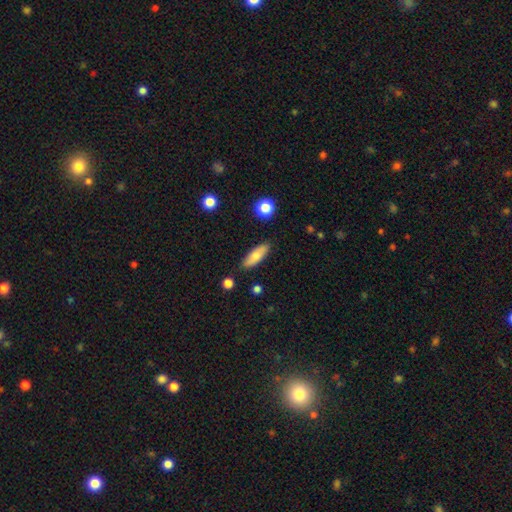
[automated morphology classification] This is likely a smooth galaxy (75%). How rounded: possibly in between (57%). Merging: clearly none (86%).